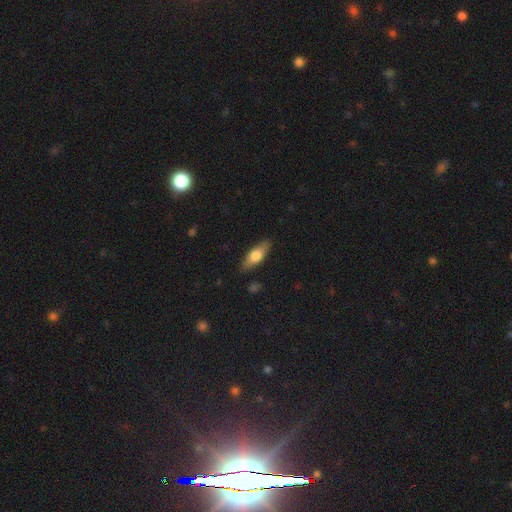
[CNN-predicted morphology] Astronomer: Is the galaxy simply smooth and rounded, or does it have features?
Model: smooth — 68%.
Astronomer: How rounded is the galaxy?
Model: in between — 62%.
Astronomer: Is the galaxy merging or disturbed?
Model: none — 86%.